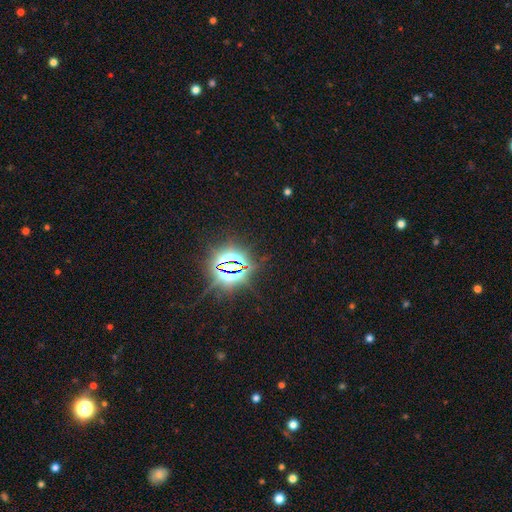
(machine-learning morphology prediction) Smooth or featured? Predicted: star or artifact (p=0.86).